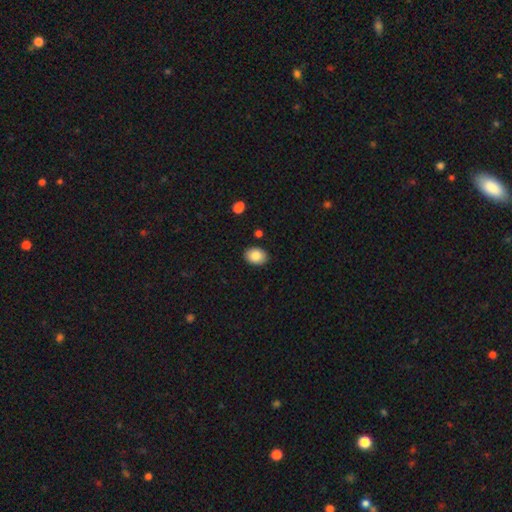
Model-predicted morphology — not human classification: The model was most divided on "how rounded": in between: 71%, round: 28%, cigar-shaped: 1%. More confident: merging — none (88%); smooth or featured — smooth (86%).